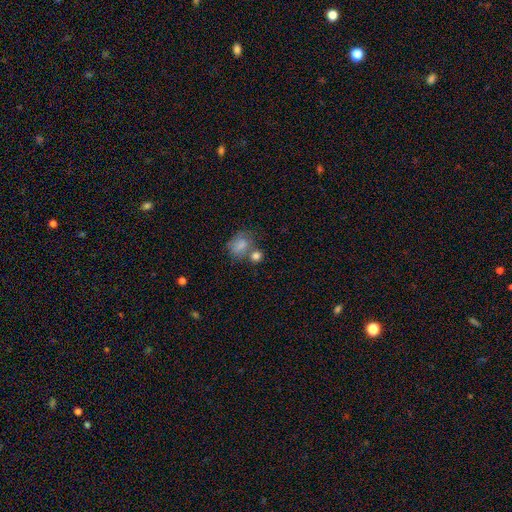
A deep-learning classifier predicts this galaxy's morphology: Smooth or featured: smooth — 78% (star or artifact — 12%)
How rounded: round — 63% (in between — 35%)
Merging: none — 47% (merger — 30%)